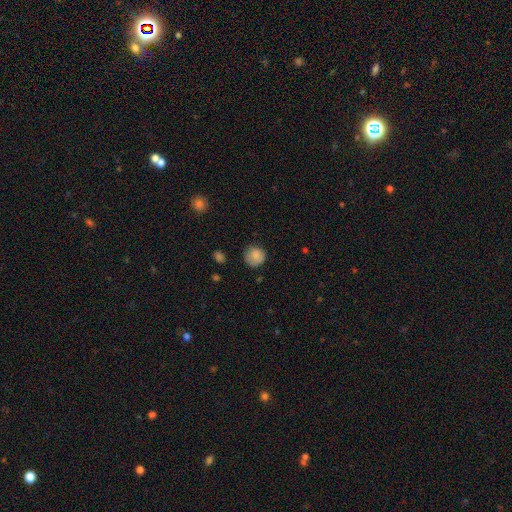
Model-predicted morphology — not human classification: type=smooth (84%); roundness=round (90%); merging=none (75%).